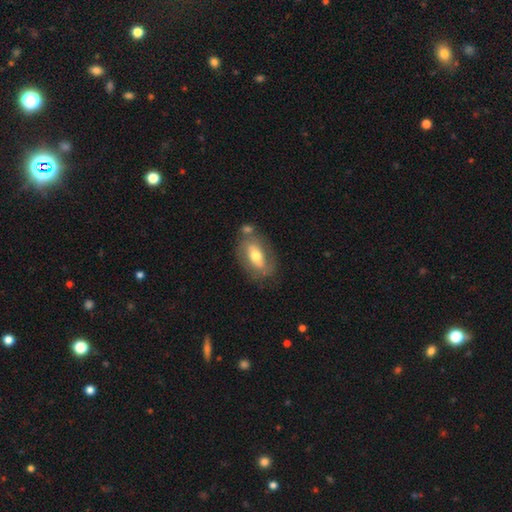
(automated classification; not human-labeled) A featured or disk galaxy (47%).

Vote fractions:
- Smooth or featured? featured or disk: 47% / smooth: 46% / star or artifact: 7%
- Merging? none: 62% / minor disturbance: 18% / merger: 14% / major disturbance: 7%